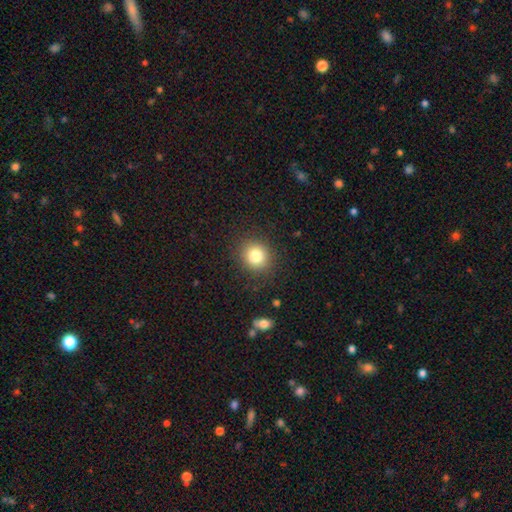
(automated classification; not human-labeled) This appears to be a smooth galaxy with no disk features (81%) that is round (86%). Merging: none (88%).